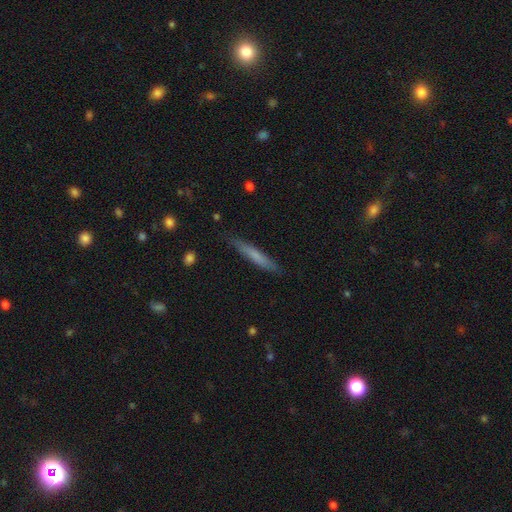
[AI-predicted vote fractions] Morphology: type=smooth (66%); roundness=cigar-shaped (94%); merging=none (84%).